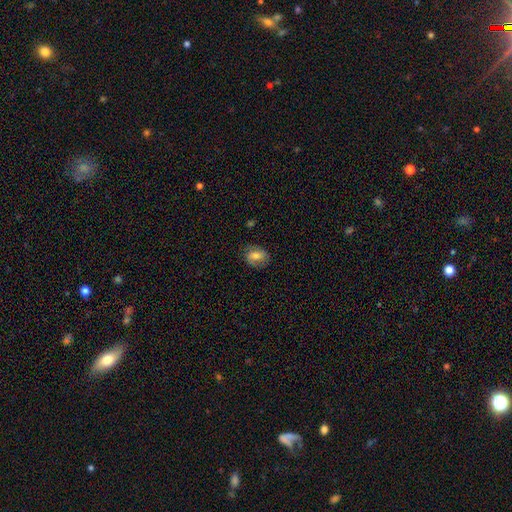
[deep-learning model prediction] Q: Smooth or featured?
A: smooth (62%); runner-up: featured or disk (29%)
Q: How rounded?
A: in between (63%); runner-up: round (36%)
Q: Merging?
A: none (77%); runner-up: minor disturbance (17%)